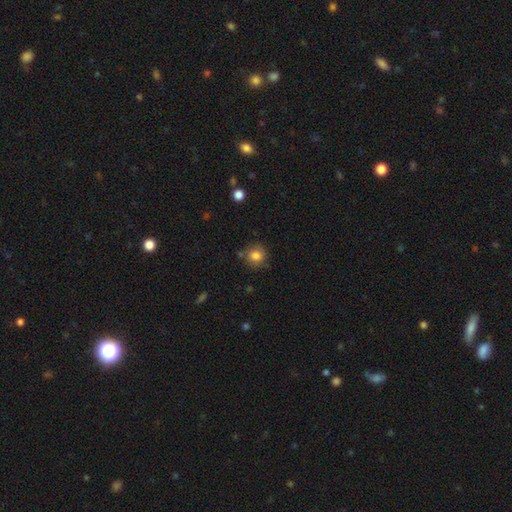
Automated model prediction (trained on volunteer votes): Smooth or featured? smooth (82%)
How rounded? round (85%)
Merging? none (77%)